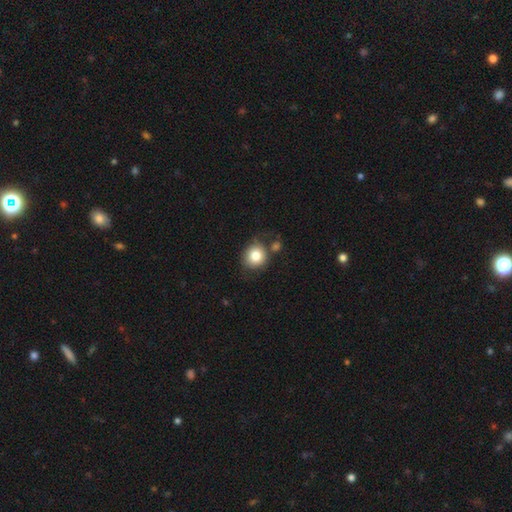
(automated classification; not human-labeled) Overall: smooth (81%). How rounded: round (85%). Merging: none (67%).